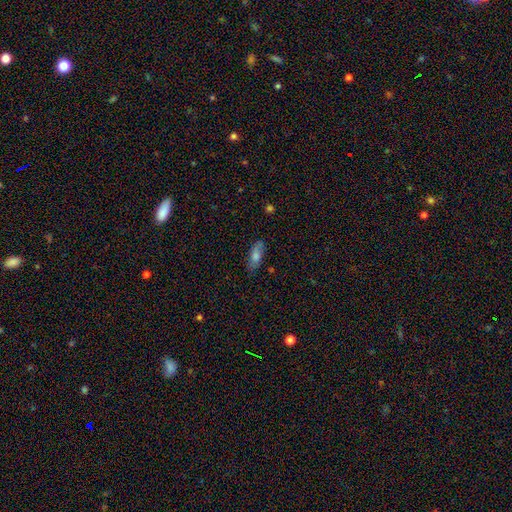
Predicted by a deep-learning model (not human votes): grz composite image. It shows a smooth galaxy with no disk features (65%) that is in between round and cigar-shaped (73%). Merging: none (82%).